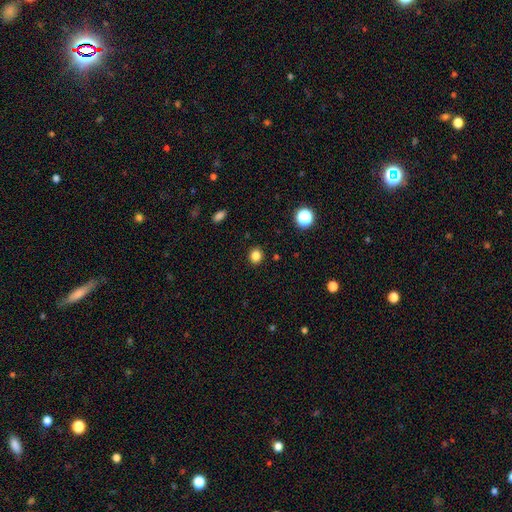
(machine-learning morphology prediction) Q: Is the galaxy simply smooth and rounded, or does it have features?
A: smooth — 83%.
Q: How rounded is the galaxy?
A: round — 82%.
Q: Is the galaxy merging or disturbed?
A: none — 91%.